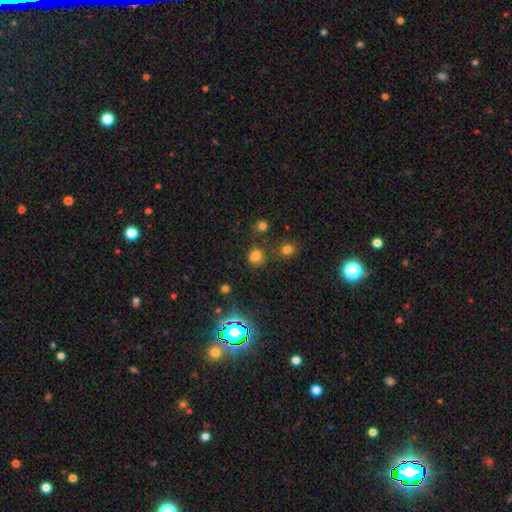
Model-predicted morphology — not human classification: smooth 68%, star or artifact 25%, featured or disk 7%. Down the decision tree: how rounded — round (81%); merging — none (72%).